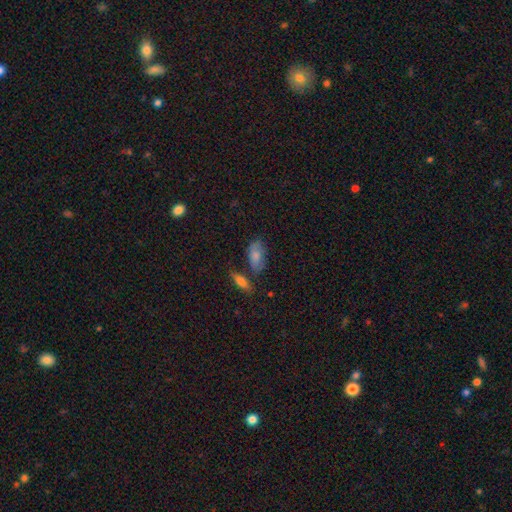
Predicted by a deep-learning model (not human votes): Smooth or featured: smooth — 77% (featured or disk — 16%)
How rounded: in between — 90% (cigar-shaped — 6%)
Merging: none — 61% (minor disturbance — 21%)